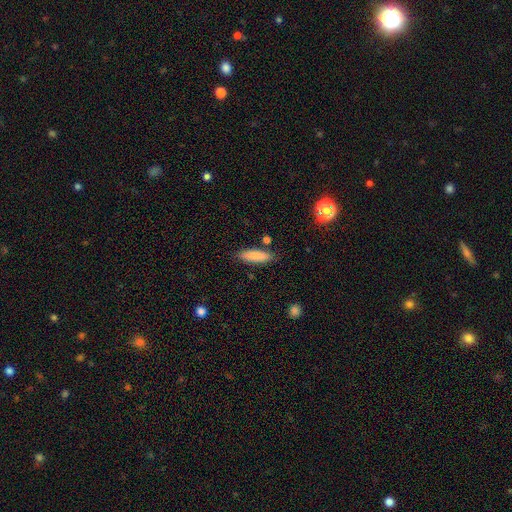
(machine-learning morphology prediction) Smooth or featured? Predicted: smooth (p=0.85). How rounded? Predicted: cigar-shaped (p=0.59). Merging? Predicted: none (p=0.84).